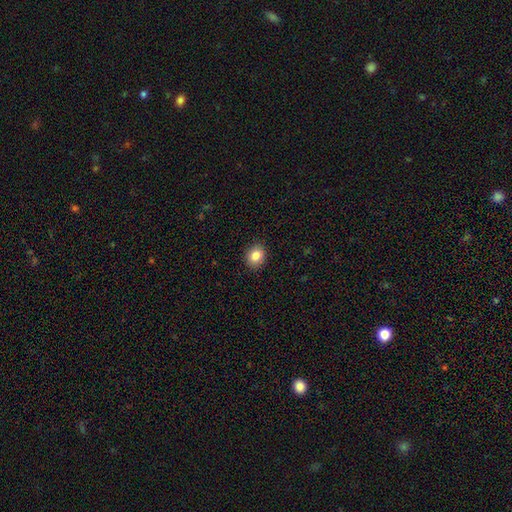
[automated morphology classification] type=smooth (84%); roundness=round (58%); merging=none (90%).